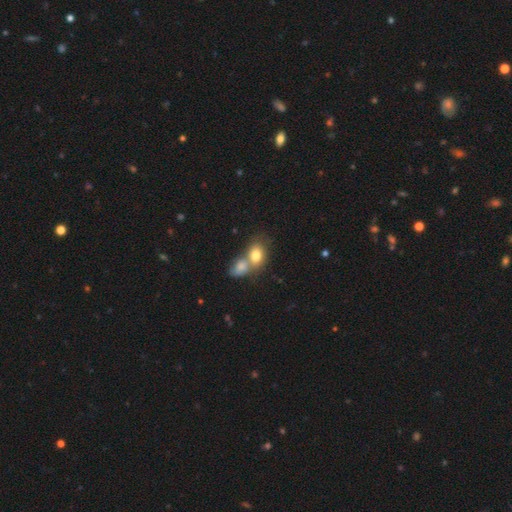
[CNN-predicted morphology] type=smooth (79%); roundness=in between (74%); merging=merger (60%).